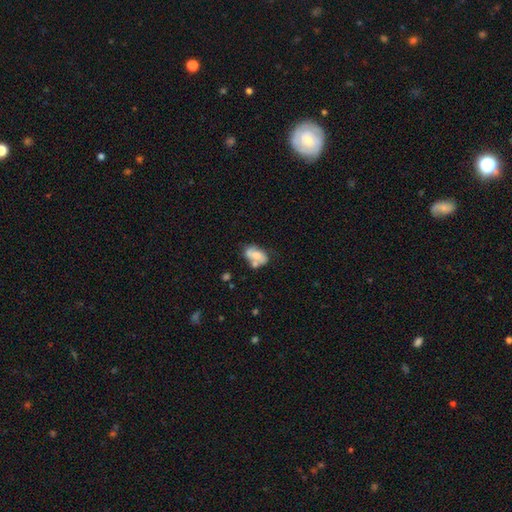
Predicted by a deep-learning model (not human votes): A smooth galaxy with no disk features (56%) that is in between round and cigar-shaped (89%). Merging: none (37%).